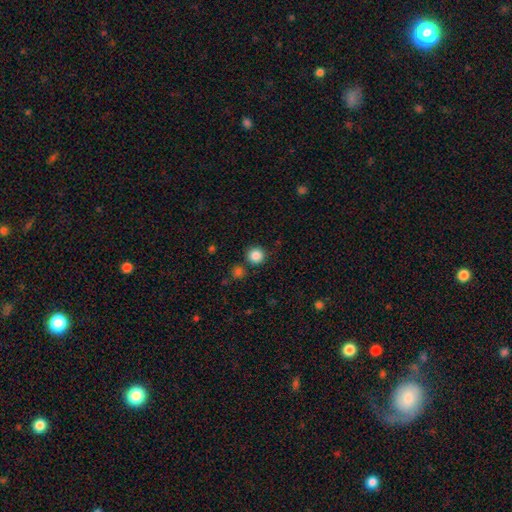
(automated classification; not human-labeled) The model was most divided on "smooth or featured": smooth: 85%, star or artifact: 11%, featured or disk: 4%. More confident: how rounded — round (94%); merging — none (85%).